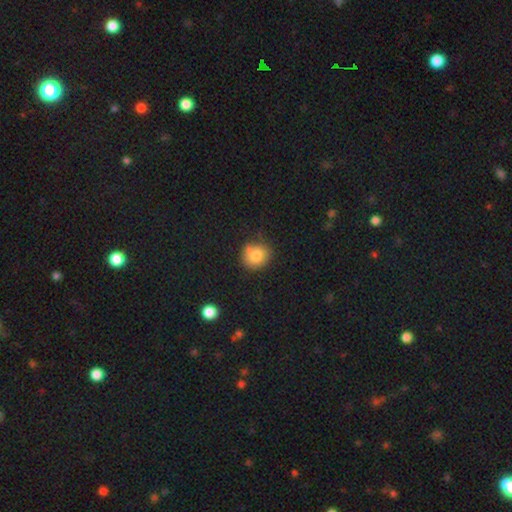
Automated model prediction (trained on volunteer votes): This appears to be a smooth galaxy with no disk features (81%) that is round (82%). Merging: none (73%).